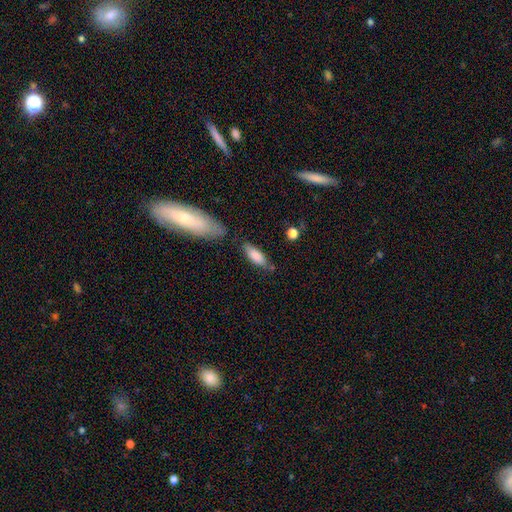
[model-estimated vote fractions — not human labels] A smooth galaxy with no disk features (82%) that is in between round and cigar-shaped (65%). Merging: none (66%).